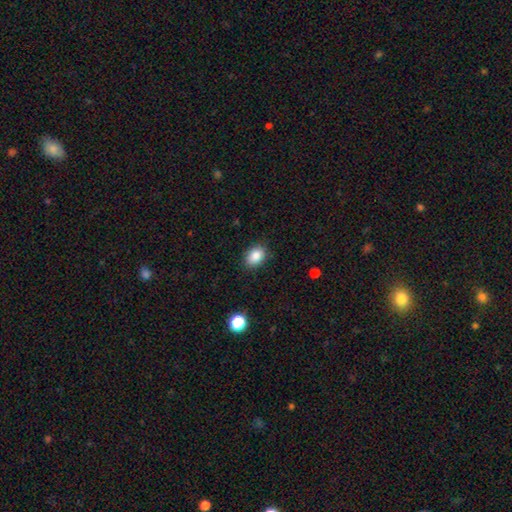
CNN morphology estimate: This appears to be a smooth galaxy with no disk features (86%) that is in between round and cigar-shaped (72%). Merging: none (85%).